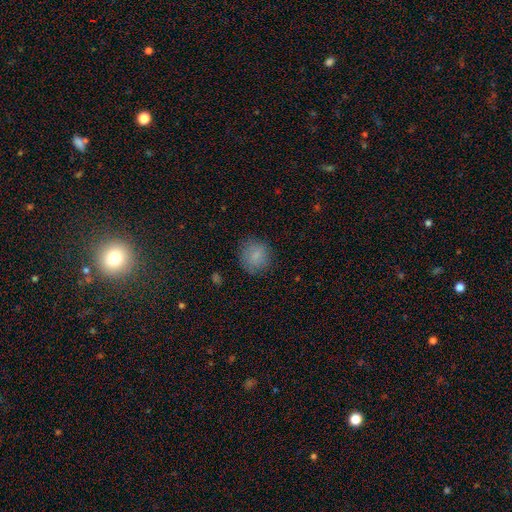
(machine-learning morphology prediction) Smooth or featured?
  - smooth: 82% *
  - featured or disk: 9%
  - star or artifact: 9%
How rounded?
  - round: 87% *
  - in between: 12%
  - cigar-shaped: 1%
Merging?
  - none: 84% *
  - minor disturbance: 12%
  - major disturbance: 3%
  - merger: 1%